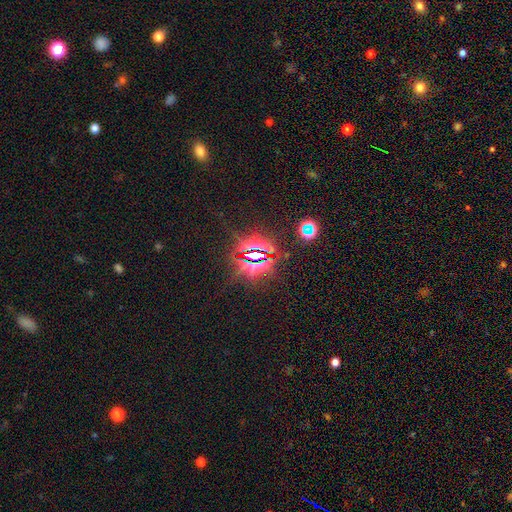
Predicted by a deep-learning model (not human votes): This appears to be a star or artifact, not a galaxy (83%).